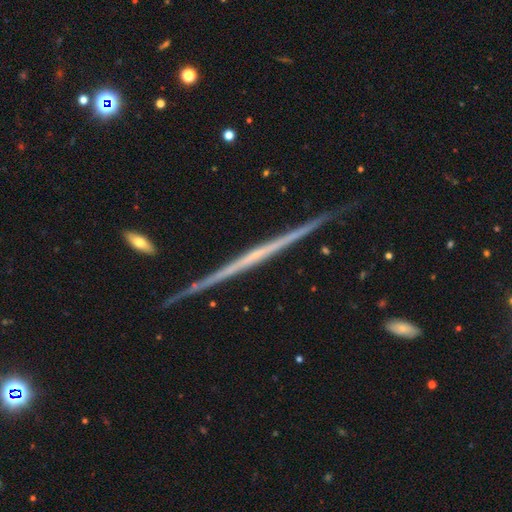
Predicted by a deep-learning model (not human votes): Q: Smooth or featured?
A: featured or disk (80%); runner-up: smooth (13%)
Q: Edge-on disk?
A: yes (98%); runner-up: no (2%)
Q: Edge-on bulge?
A: none (80%); runner-up: rounded (14%)
Q: Merging?
A: none (89%); runner-up: minor disturbance (8%)